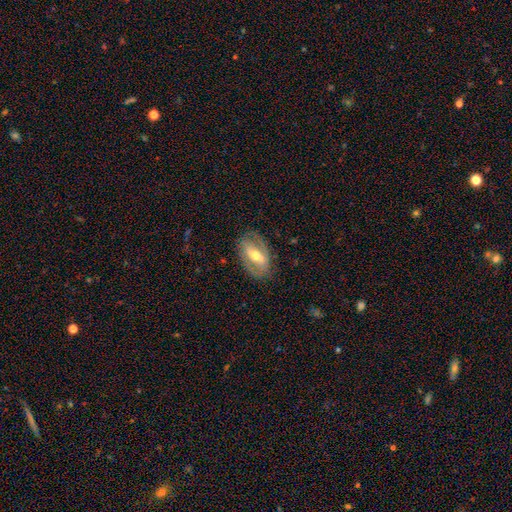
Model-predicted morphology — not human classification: The model was most divided on "spiral arms": yes: 59%, no: 41%. More confident: edge-on disk — no (90%); merging — none (77%); smooth or featured — featured or disk (70%); bulge size — moderate (64%); bar — strong (53%).